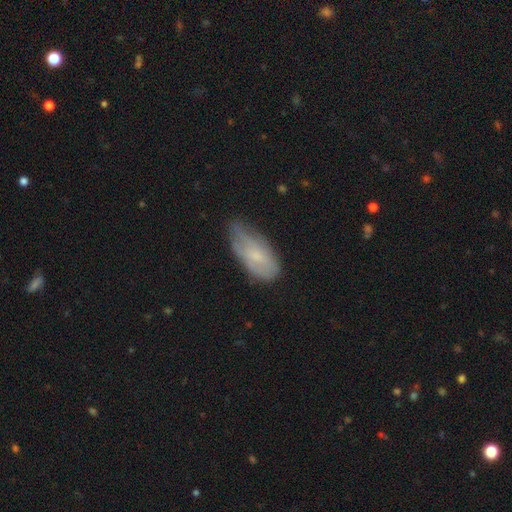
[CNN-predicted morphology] This is possibly a smooth galaxy (58%). How rounded: clearly in between (90%). Merging: marginally minor disturbance (42%, tied with none).